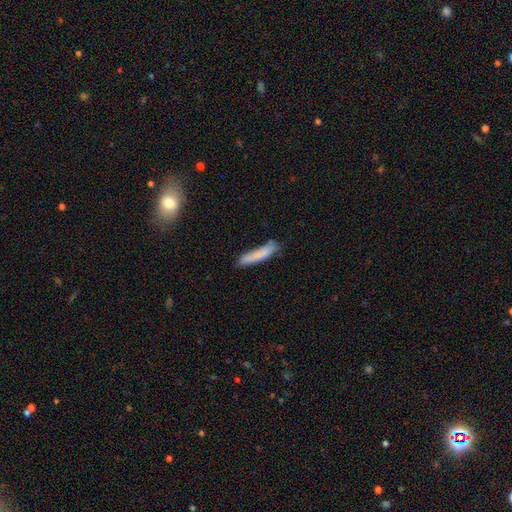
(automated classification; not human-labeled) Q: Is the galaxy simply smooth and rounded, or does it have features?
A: smooth — 80%.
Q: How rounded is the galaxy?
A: cigar-shaped — 91%.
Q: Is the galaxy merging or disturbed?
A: none — 78%.